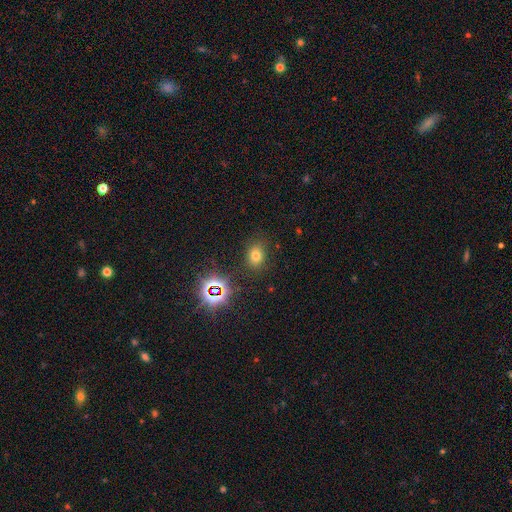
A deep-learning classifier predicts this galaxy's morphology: This appears to be a smooth galaxy with no disk features (67%) that is in between round and cigar-shaped (60%). Merging: none (83%).